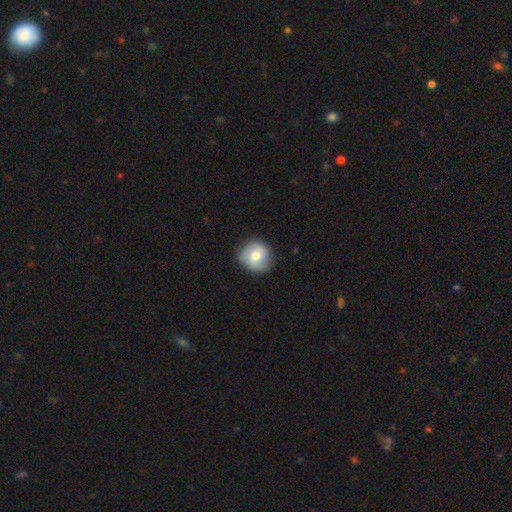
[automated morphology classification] A smooth galaxy with no disk features (68%) that is round (89%). Merging: none (83%).